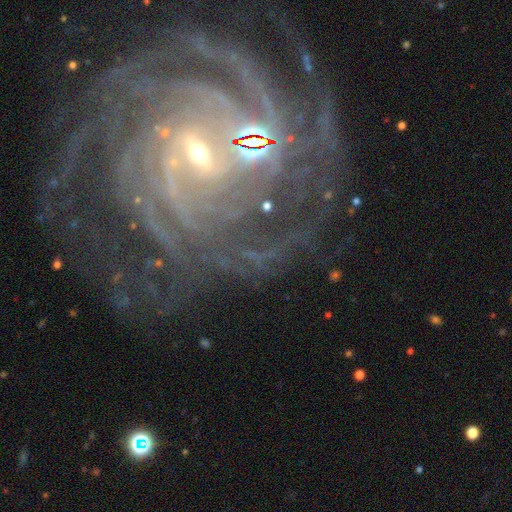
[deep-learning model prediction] Smooth or featured? Predicted: featured or disk (p=0.89). Edge-on disk? Predicted: no (p=0.98). Bar? Predicted: weak (p=0.43). Spiral arms? Predicted: yes (p=0.98). Spiral winding? Predicted: tight (p=0.71). Spiral arm count? Predicted: more than 4 (p=0.26). Bulge size? Predicted: small (p=0.77). Merging? Predicted: none (p=0.69).